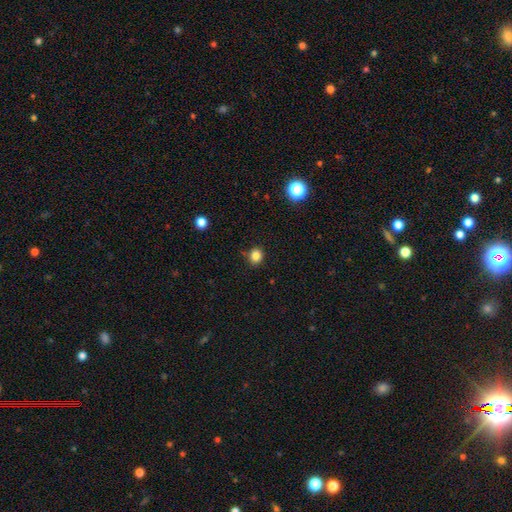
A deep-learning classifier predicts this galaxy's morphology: type=smooth (83%); roundness=round (74%); merging=none (82%).